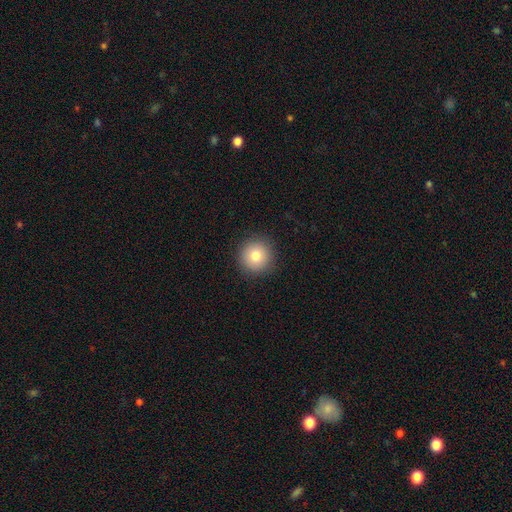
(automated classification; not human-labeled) Morphology: type=smooth (81%); roundness=round (95%); merging=none (91%).